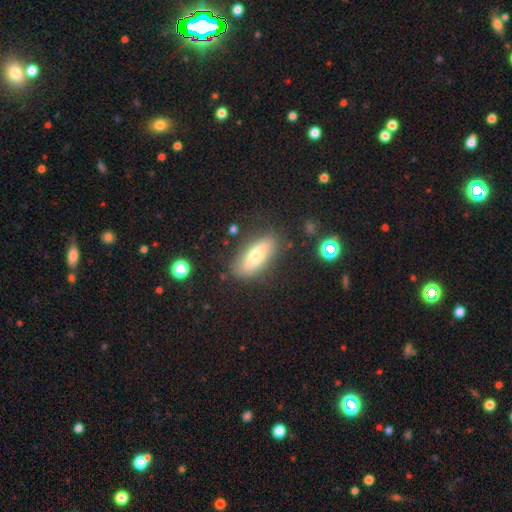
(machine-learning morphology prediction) This is possibly a smooth galaxy (58%). How rounded: likely in between (67%). Merging: clearly none (81%).